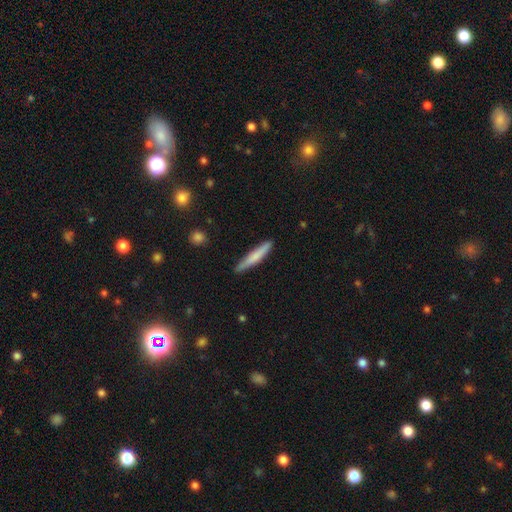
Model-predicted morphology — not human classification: Smooth or featured? smooth (69%)
How rounded? cigar-shaped (93%)
Merging? none (84%)